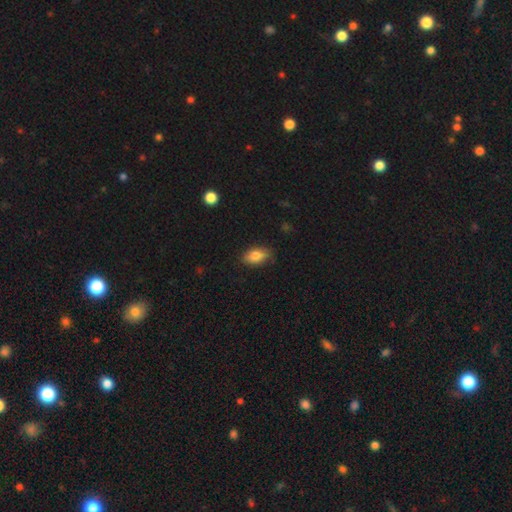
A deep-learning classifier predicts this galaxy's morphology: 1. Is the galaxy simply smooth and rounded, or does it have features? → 84% smooth, 9% featured or disk, 8% star or artifact.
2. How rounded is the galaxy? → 90% in between, 6% round, 4% cigar-shaped.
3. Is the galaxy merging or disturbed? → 82% none, 14% minor disturbance, 3% major disturbance, 1% merger.